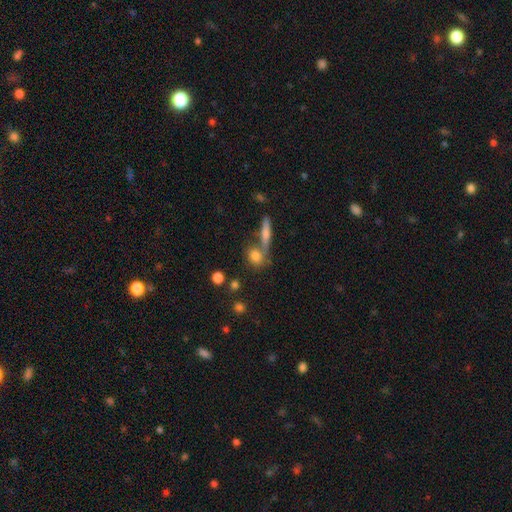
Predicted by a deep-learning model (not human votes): A smooth galaxy with no disk features (74%) that is round (44%). Merging: none (53%).